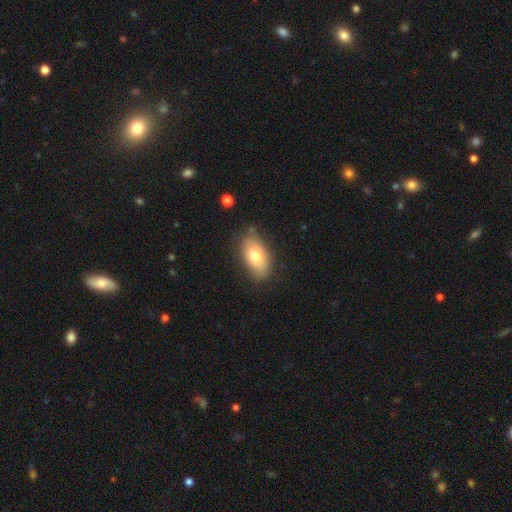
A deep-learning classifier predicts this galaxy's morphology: smooth_or_featured: smooth (p=0.74) [alt: featured or disk p=0.18]
how_rounded: in between (p=0.92) [alt: round p=0.06]
merging: none (p=0.77) [alt: minor disturbance p=0.17]